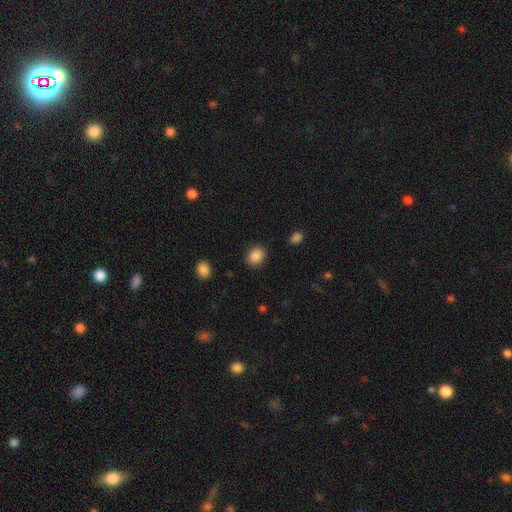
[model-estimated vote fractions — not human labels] Overall: smooth (88%). How rounded: in between (53%; round 46%). Merging: none (86%).